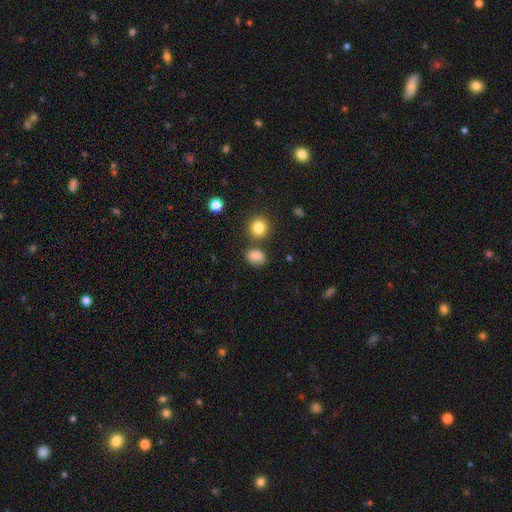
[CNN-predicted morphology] Smooth or featured? Predicted: smooth (p=0.84). How rounded? Predicted: in between (p=0.54). Merging? Predicted: none (p=0.71).